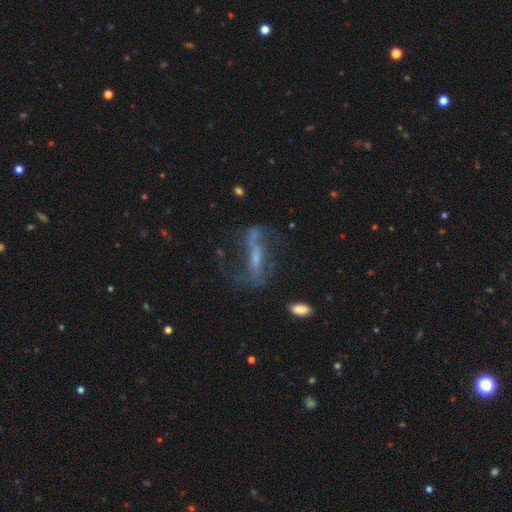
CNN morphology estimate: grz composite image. It shows a featured or disk galaxy (68%). Merging: none (53%).